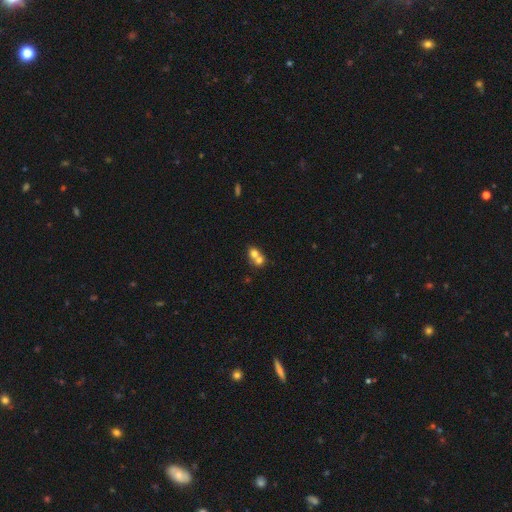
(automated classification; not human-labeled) smooth-or-featured: smooth: 69% | featured or disk: 19% | star or artifact: 11%
  how-rounded: round: 69% | in between: 30% | cigar-shaped: 1%
  merging: merger: 68% | none: 24% | minor disturbance: 5% | major disturbance: 3%